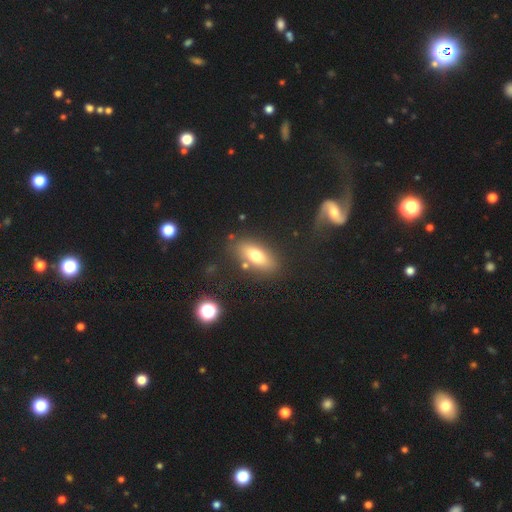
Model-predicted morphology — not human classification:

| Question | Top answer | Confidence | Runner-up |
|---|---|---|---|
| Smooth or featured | smooth | 70% | featured or disk (21%) |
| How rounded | in between | 78% | cigar-shaped (18%) |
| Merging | none | 79% | minor disturbance (11%) |